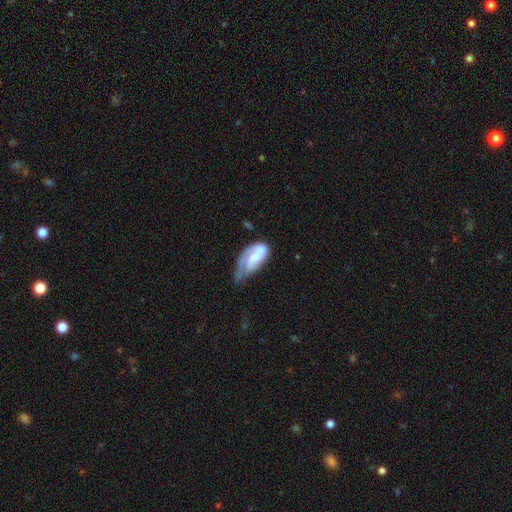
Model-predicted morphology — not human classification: A featured or disk galaxy (66%) with no bar (57%), spiral arms (79%) and a moderate central bulge (48%). Merging: major disturbance (36%).